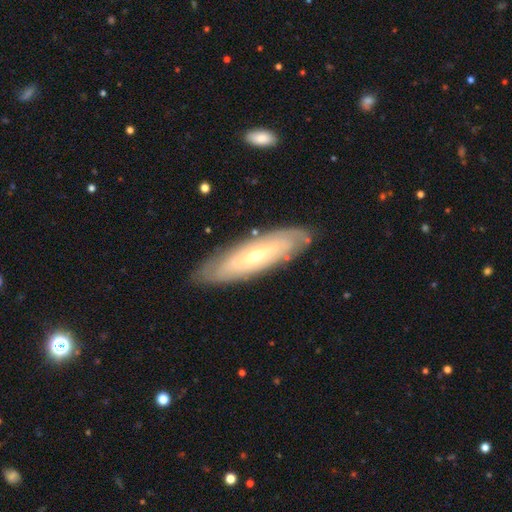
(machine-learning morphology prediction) Smooth or featured? Predicted: featured or disk (p=0.66). Edge-on disk? Predicted: no (p=0.73). Merging? Predicted: none (p=0.83).